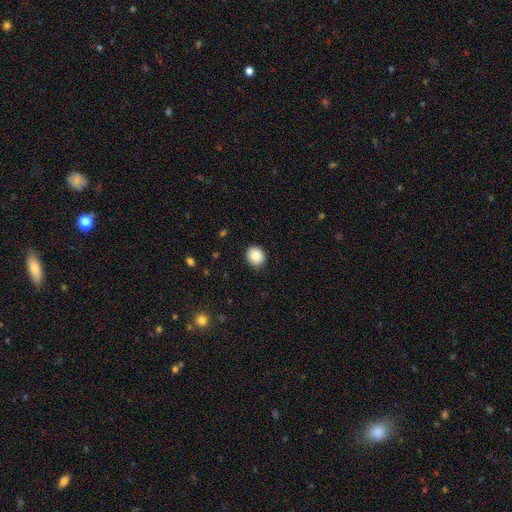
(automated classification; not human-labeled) smooth_or_featured: smooth (p=0.86) [alt: star or artifact p=0.08]
how_rounded: round (p=0.73) [alt: in between p=0.26]
merging: none (p=0.86) [alt: minor disturbance p=0.11]